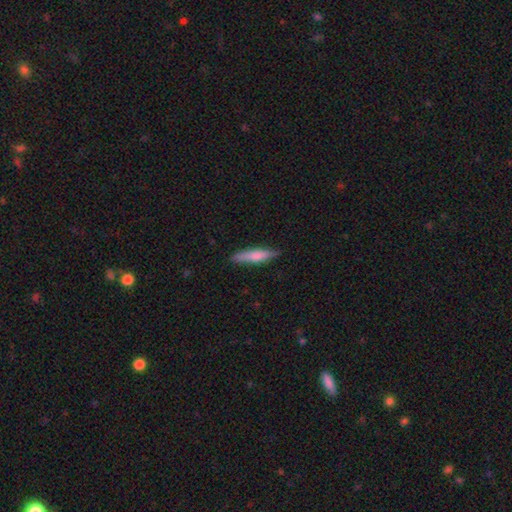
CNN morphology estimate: The model was most divided on "smooth or featured": smooth: 67%, featured or disk: 28%, star or artifact: 6%. More confident: merging — none (85%); how rounded — cigar-shaped (85%).